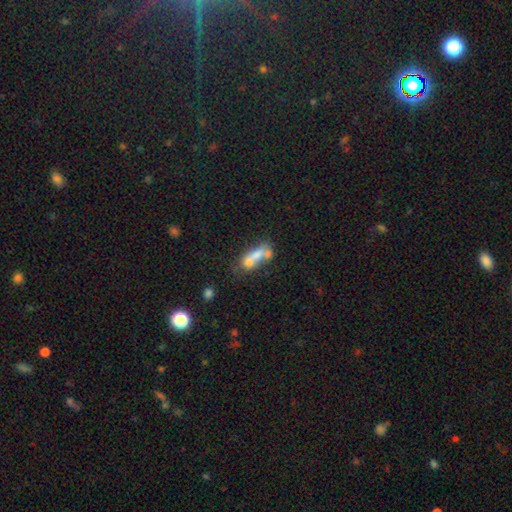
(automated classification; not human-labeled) A smooth galaxy with no disk features (56%) that is in between round and cigar-shaped (71%).

Vote fractions:
- Smooth or featured? smooth: 56% / featured or disk: 32% / star or artifact: 11%
- How rounded? in between: 71% / cigar-shaped: 22% / round: 8%
- Merging? merger: 53% / none: 23% / minor disturbance: 12% / major disturbance: 12%